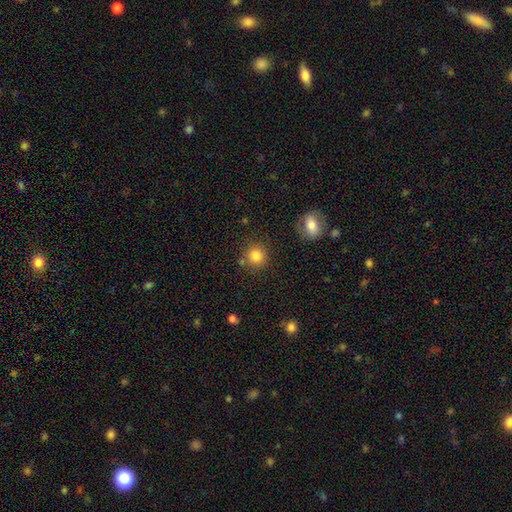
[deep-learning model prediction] Morphology: type=smooth (84%); roundness=round (89%); merging=none (81%).